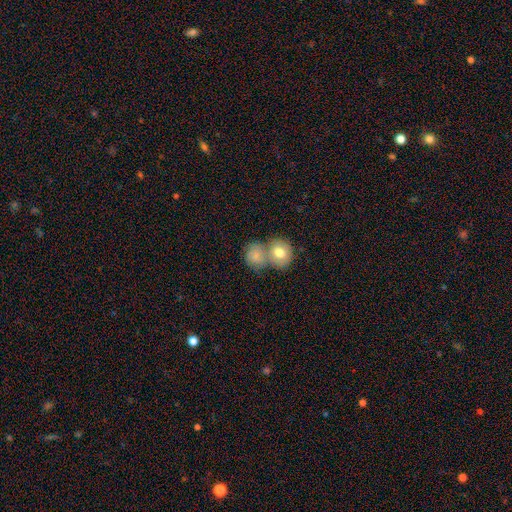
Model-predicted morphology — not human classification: Smooth or featured? smooth (76%)
How rounded? round (70%)
Merging? merger (58%)